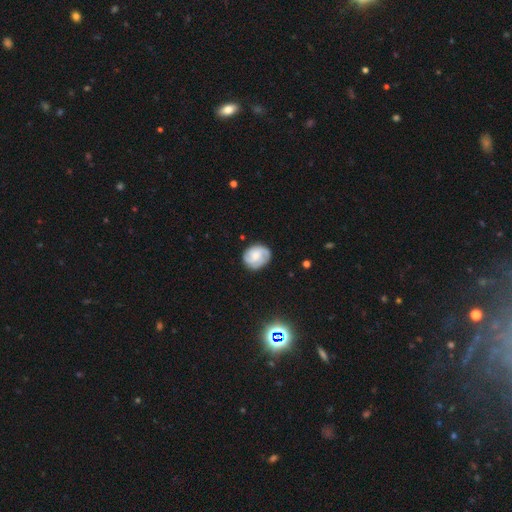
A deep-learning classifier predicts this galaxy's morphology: Smooth or featured? Predicted: featured or disk (p=0.58). Edge-on disk? Predicted: no (p=0.98). Bar? Predicted: no (p=0.67). Spiral arms? Predicted: yes (p=0.90). Spiral winding? Predicted: tight (p=0.51). Spiral arm count? Predicted: 3 (p=0.37). Bulge size? Predicted: small (p=0.43). Merging? Predicted: none (p=0.75).